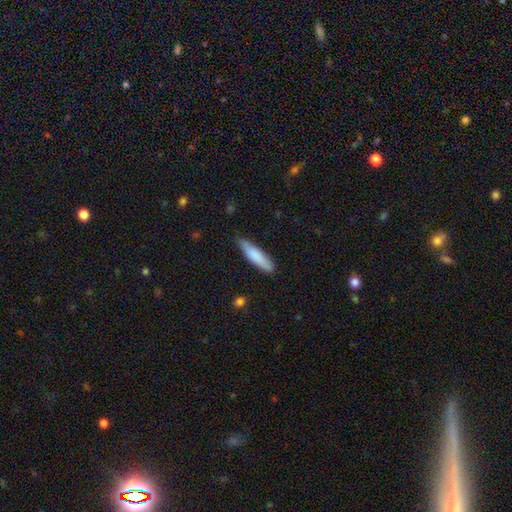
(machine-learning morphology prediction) type=smooth (80%); roundness=cigar-shaped (77%); merging=none (81%).